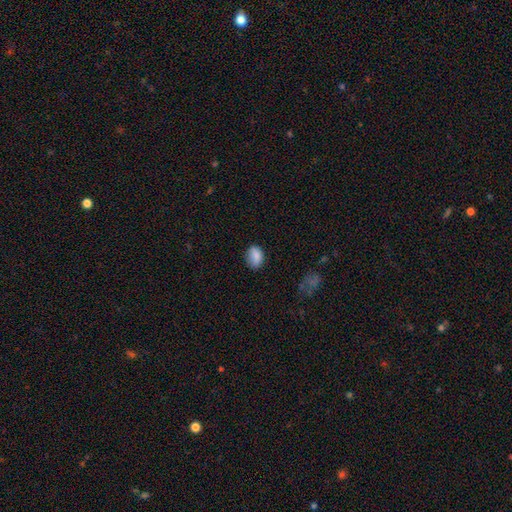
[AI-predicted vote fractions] This appears to be a smooth galaxy with no disk features (85%) that is in between round and cigar-shaped (79%). Merging: none (70%).